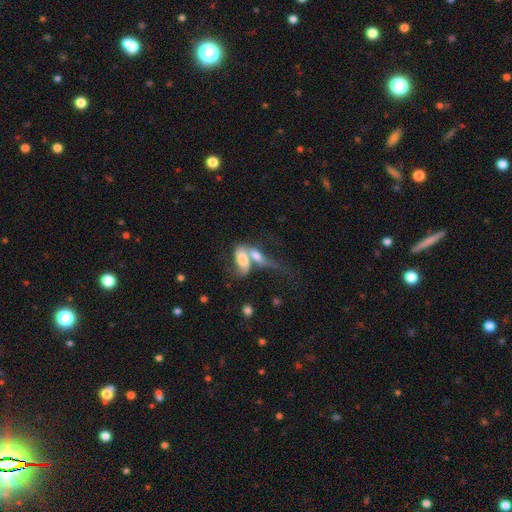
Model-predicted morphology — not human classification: smooth_or_featured: smooth (p=0.58) [alt: featured or disk p=0.33]
how_rounded: in between (p=0.79) [alt: cigar-shaped p=0.17]
merging: merger (p=0.73) [alt: none p=0.11]